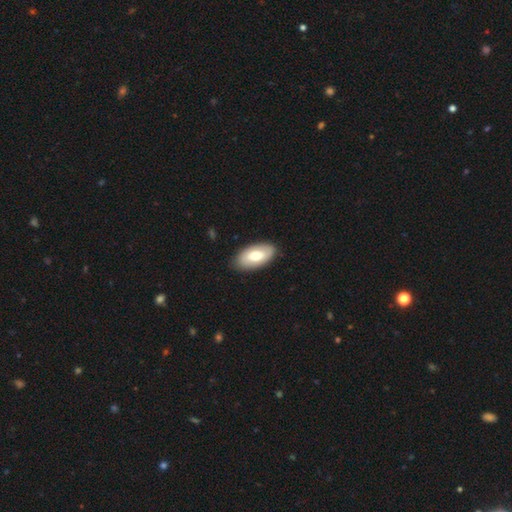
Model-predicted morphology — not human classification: Smooth or featured?
  - smooth: 69% *
  - featured or disk: 26%
  - star or artifact: 5%
How rounded?
  - in between: 94% *
  - cigar-shaped: 3%
  - round: 3%
Merging?
  - none: 87% *
  - minor disturbance: 10%
  - major disturbance: 2%
  - merger: 1%